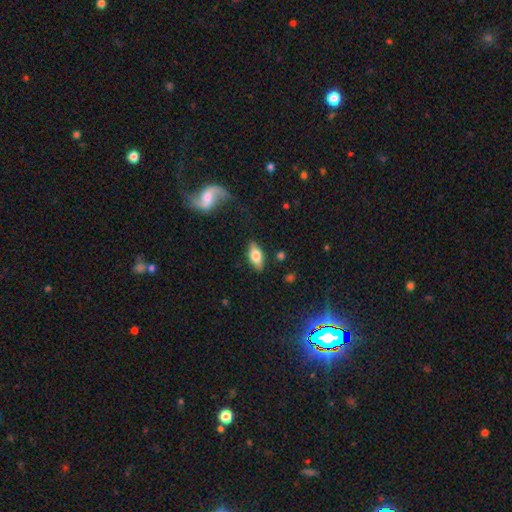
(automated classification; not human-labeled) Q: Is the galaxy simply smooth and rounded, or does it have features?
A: smooth — 65%.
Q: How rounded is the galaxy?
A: in between — 83%.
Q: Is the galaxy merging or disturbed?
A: none — 84%.